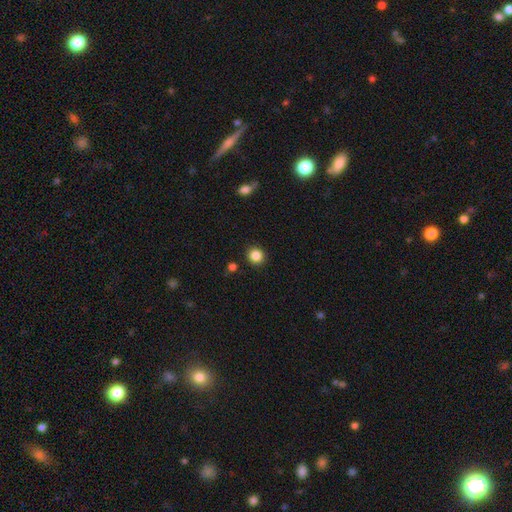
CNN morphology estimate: smooth 85%, star or artifact 11%, featured or disk 4%. Down the decision tree: how rounded — round (91%); merging — none (91%).